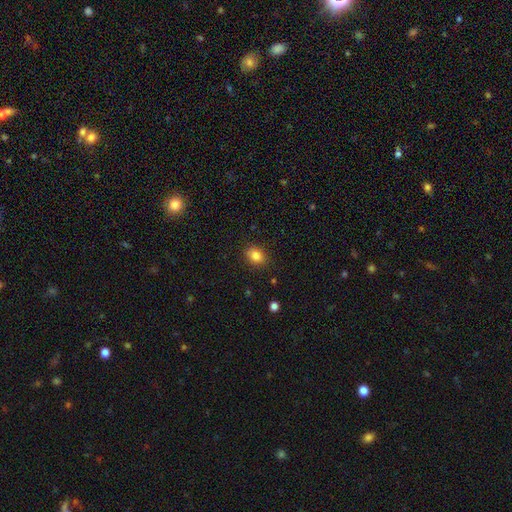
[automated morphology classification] type=smooth (84%); roundness=in between (64%); merging=none (86%).